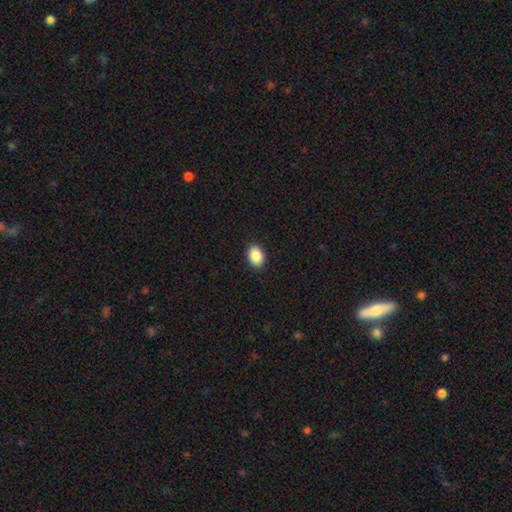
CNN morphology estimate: smooth-or-featured: smooth: 88% | star or artifact: 8% | featured or disk: 4%
  how-rounded: in between: 72% | round: 27% | cigar-shaped: 1%
  merging: none: 90% | minor disturbance: 7% | major disturbance: 2% | merger: 1%